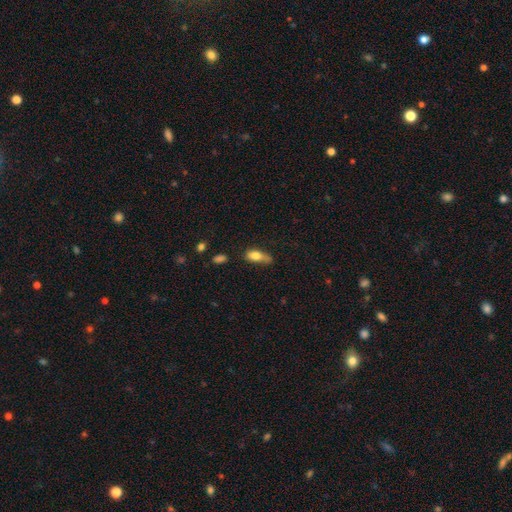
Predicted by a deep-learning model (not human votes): Morphology: type=smooth (77%); roundness=in between (76%); merging=none (39%, tied with minor disturbance).